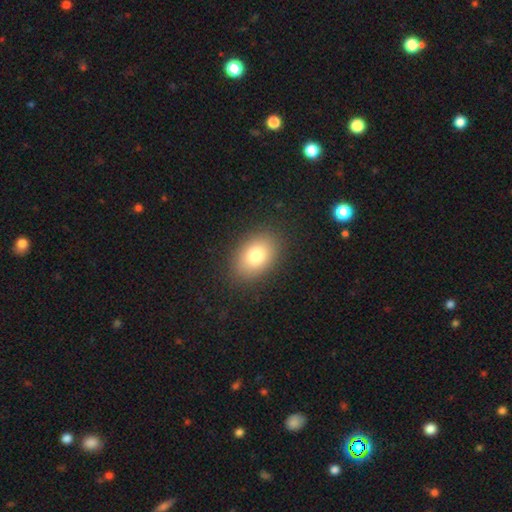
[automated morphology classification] Overall: smooth (79%). How rounded: in between (80%). Merging: none (87%).